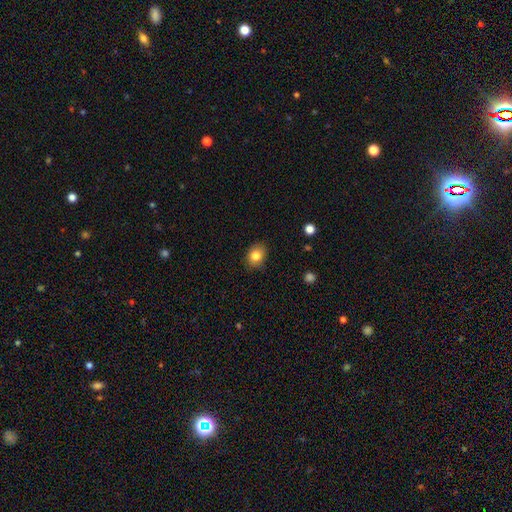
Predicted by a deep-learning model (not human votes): Smooth or featured? Predicted: smooth (p=0.83). How rounded? Predicted: in between (p=0.53). Merging? Predicted: none (p=0.85).